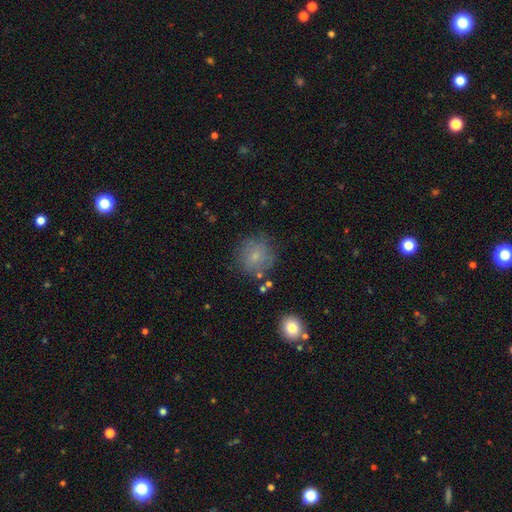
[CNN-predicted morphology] The model was most divided on "smooth or featured": smooth: 71%, featured or disk: 18%, star or artifact: 11%. More confident: how rounded — round (90%); merging — none (74%).